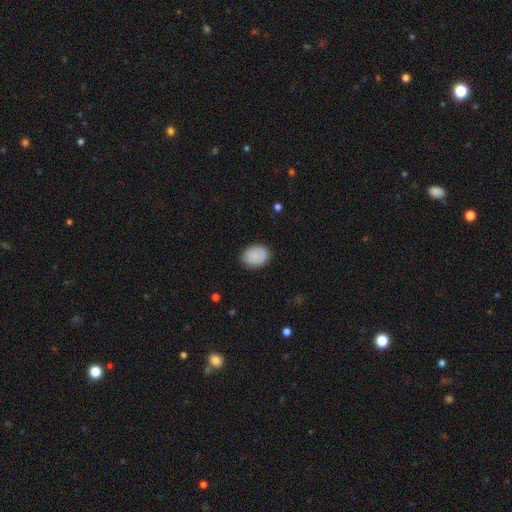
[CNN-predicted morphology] Smooth or featured: smooth — 84% (featured or disk — 9%)
How rounded: in between — 65% (round — 34%)
Merging: none — 85% (minor disturbance — 11%)